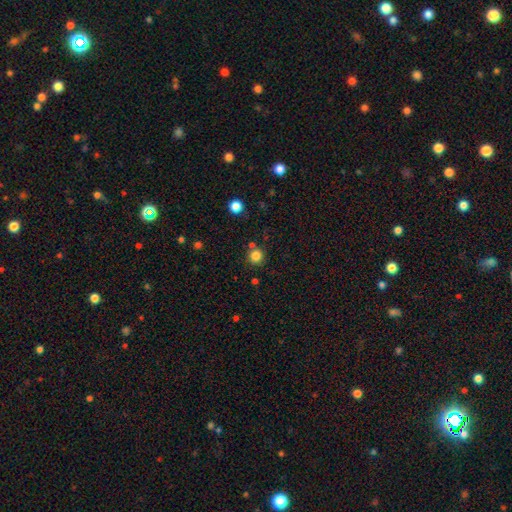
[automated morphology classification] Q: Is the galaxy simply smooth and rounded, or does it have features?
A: smooth — 83%.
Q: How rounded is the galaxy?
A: round — 93%.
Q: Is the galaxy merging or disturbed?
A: none — 80%.